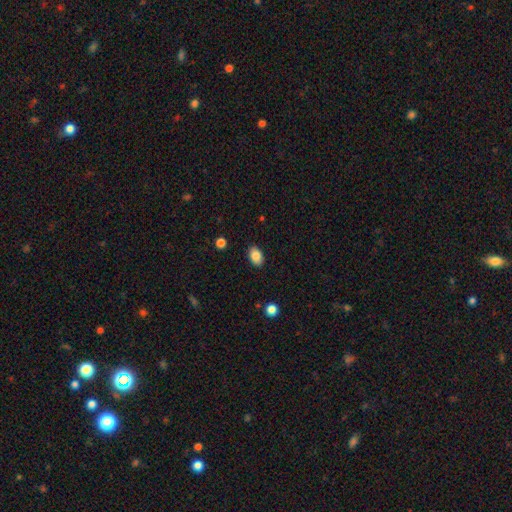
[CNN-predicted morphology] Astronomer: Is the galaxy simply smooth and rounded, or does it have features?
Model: smooth — 86%.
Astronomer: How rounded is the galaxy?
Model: in between — 86%.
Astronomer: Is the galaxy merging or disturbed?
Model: none — 88%.